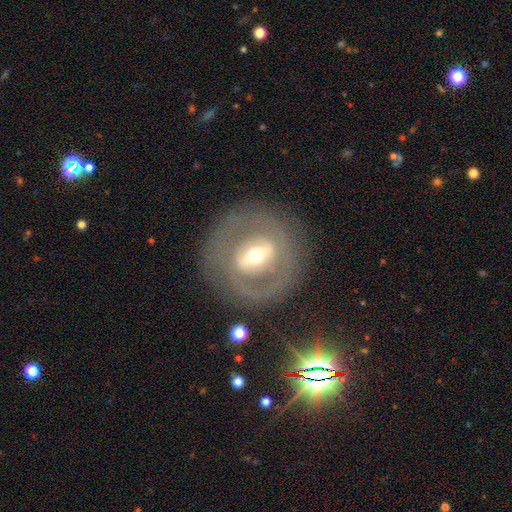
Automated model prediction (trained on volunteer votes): Smooth or featured?
  - featured or disk: 69% *
  - smooth: 24%
  - star or artifact: 7%
Edge-on disk?
  - no: 93% *
  - yes: 7%
Bar?
  - strong: 44% *
  - weak: 34%
  - no: 22%
Spiral arms?
  - no: 66% *
  - yes: 34%
Bulge size?
  - moderate: 60% *
  - small: 31%
  - large: 7%
  - dominant: 1%
  - none: 1%
Merging?
  - none: 79% *
  - minor disturbance: 11%
  - major disturbance: 8%
  - merger: 2%